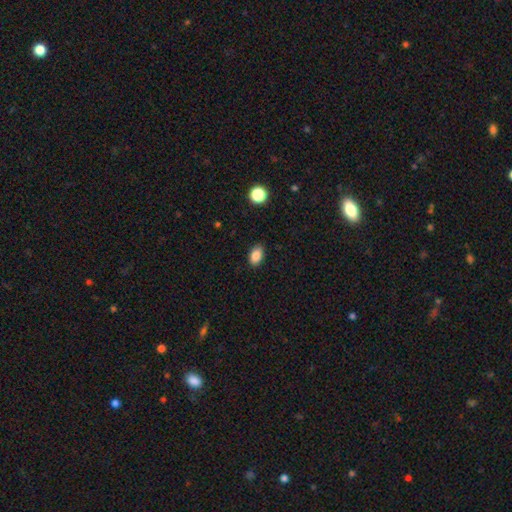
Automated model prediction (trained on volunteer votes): Smooth or featured? smooth (86%)
How rounded? in between (89%)
Merging? none (86%)